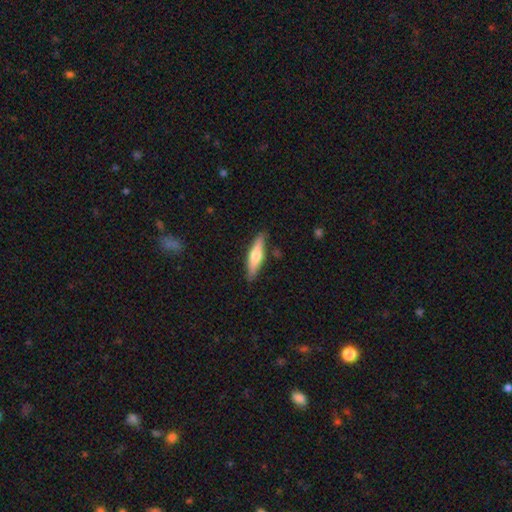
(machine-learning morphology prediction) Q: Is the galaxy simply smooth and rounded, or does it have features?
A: smooth — 53%.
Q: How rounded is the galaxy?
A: cigar-shaped — 76%.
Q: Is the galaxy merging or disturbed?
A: none — 85%.